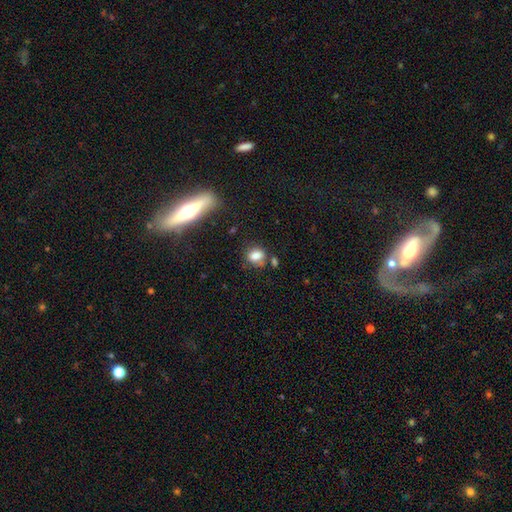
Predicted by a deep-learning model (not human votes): smooth-or-featured: smooth: 80% | star or artifact: 11% | featured or disk: 9%
  how-rounded: round: 53% | in between: 46% | cigar-shaped: 2%
  merging: none: 64% | minor disturbance: 18% | merger: 11% | major disturbance: 6%